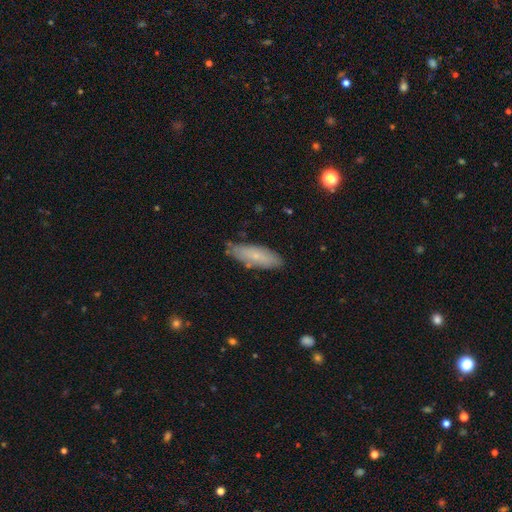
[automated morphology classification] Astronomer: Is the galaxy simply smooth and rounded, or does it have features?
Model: smooth — 66%.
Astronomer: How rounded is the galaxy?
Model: in between — 55% (runner-up: cigar-shaped, 43%).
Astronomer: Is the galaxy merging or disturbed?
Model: none — 78%.